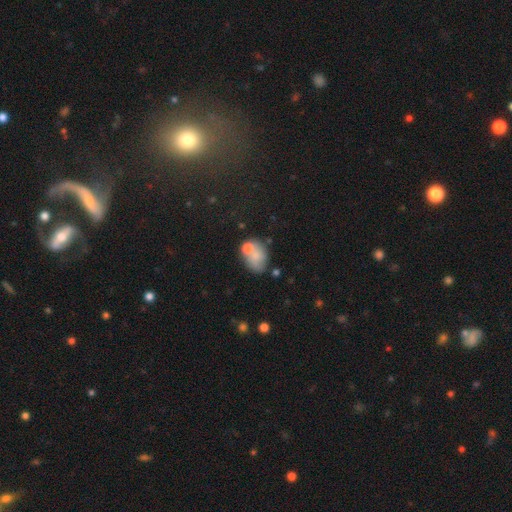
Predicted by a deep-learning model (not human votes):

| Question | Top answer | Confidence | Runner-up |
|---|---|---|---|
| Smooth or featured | smooth | 72% | featured or disk (18%) |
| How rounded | in between | 67% | round (32%) |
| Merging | none | 40% | merger (29%) |